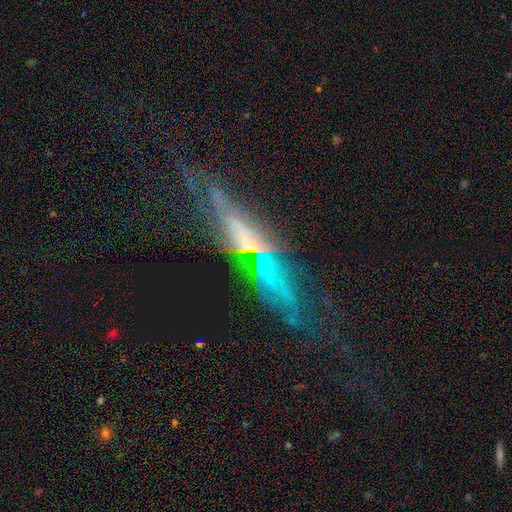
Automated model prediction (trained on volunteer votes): A featured or disk galaxy (67%) viewed edge-on (78%) with no central bulge (46%).

Vote fractions:
- Smooth or featured? featured or disk: 67% / smooth: 19% / star or artifact: 15%
- Edge-on disk? yes: 78% / no: 22%
- Edge-on bulge? none: 46% / rounded: 36% / boxy: 18%
- Merging? none: 50% / minor disturbance: 22% / major disturbance: 20% / merger: 8%